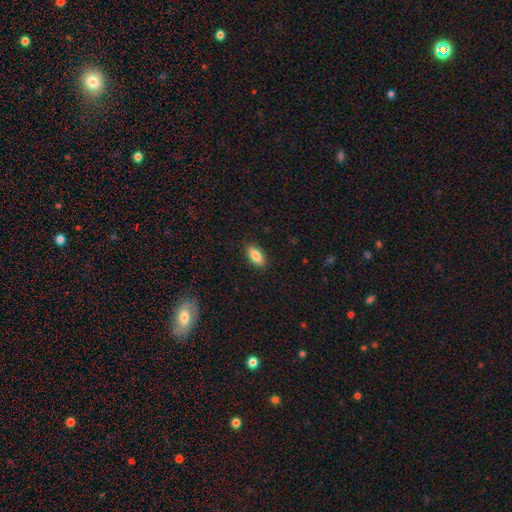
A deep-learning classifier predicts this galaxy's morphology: Q: Smooth or featured?
A: smooth (84%); runner-up: featured or disk (9%)
Q: How rounded?
A: in between (85%); runner-up: cigar-shaped (12%)
Q: Merging?
A: none (89%); runner-up: minor disturbance (8%)